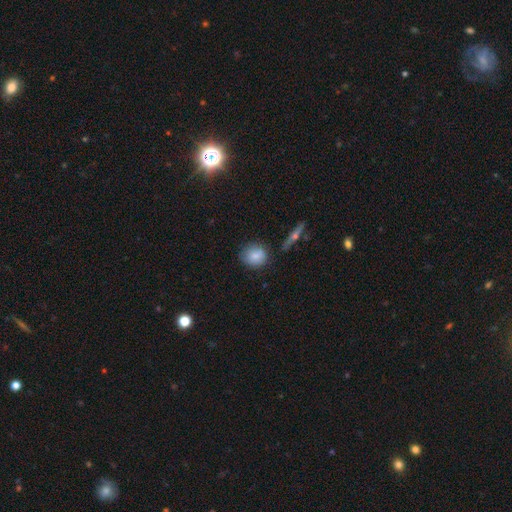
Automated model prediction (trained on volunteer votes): smooth_or_featured: smooth (p=0.81) [alt: featured or disk p=0.11]
how_rounded: round (p=0.71) [alt: in between p=0.27]
merging: none (p=0.76) [alt: minor disturbance p=0.16]